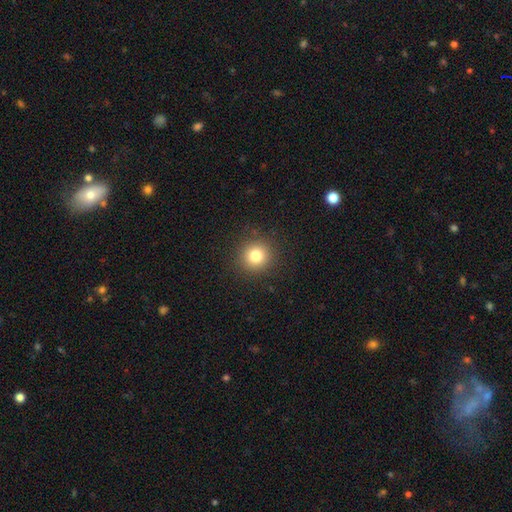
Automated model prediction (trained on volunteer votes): This is clearly a smooth galaxy (80%). How rounded: clearly round (93%). Merging: clearly none (90%).